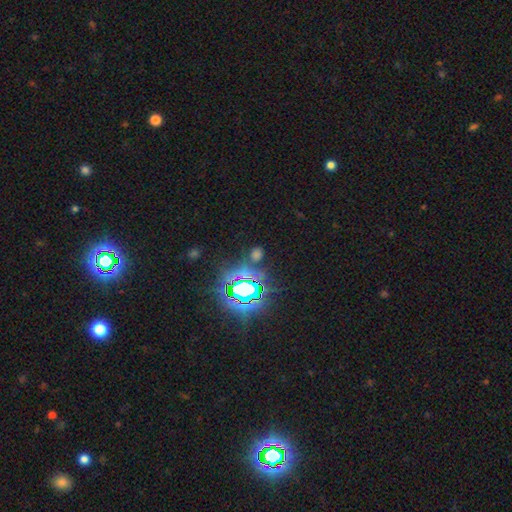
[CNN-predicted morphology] A star or artifact, not a galaxy (59%).

Vote fractions:
- Smooth or featured? star or artifact: 59% / smooth: 33% / featured or disk: 8%